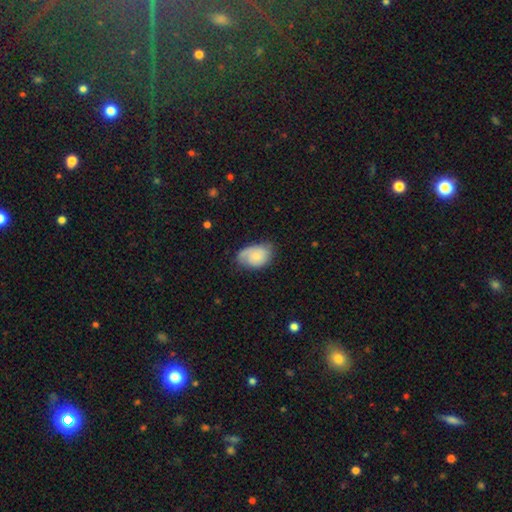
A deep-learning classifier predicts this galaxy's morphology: Smooth or featured: smooth — 51% (featured or disk — 42%)
How rounded: in between — 83% (round — 16%)
Merging: none — 59% (minor disturbance — 29%)